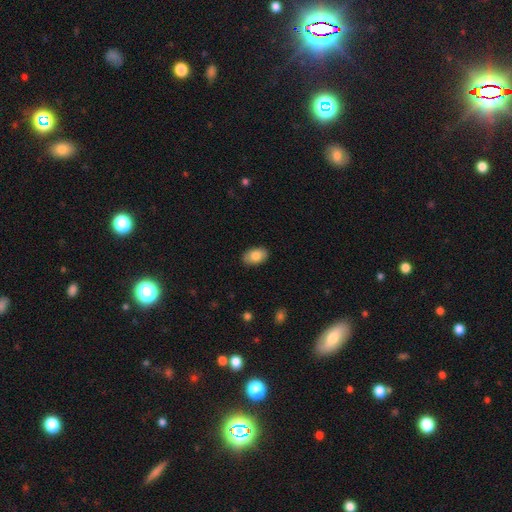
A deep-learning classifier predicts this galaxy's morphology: The model was most divided on "smooth or featured": smooth: 81%, featured or disk: 12%, star or artifact: 7%. More confident: how rounded — in between (90%); merging — none (88%).